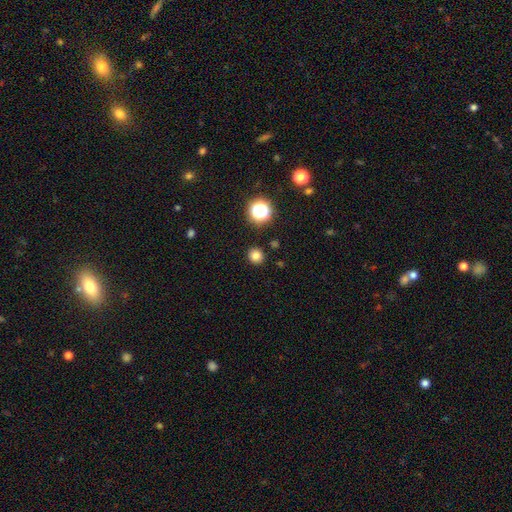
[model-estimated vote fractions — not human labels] Smooth or featured: smooth — 79% (star or artifact — 16%)
How rounded: round — 91% (in between — 8%)
Merging: none — 91% (minor disturbance — 6%)